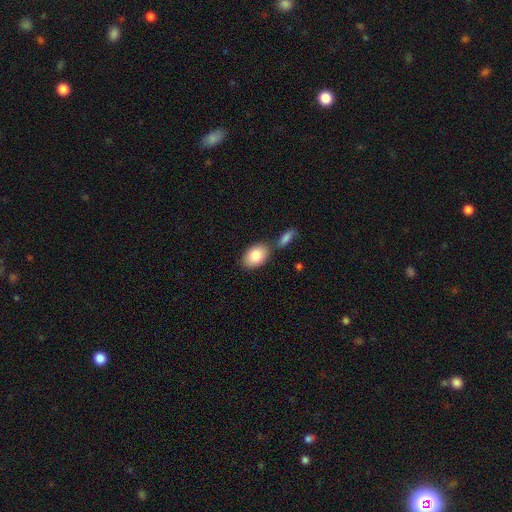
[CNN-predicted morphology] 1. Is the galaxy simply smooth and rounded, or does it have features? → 83% smooth, 11% featured or disk, 6% star or artifact.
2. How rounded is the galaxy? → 86% in between, 13% round, 1% cigar-shaped.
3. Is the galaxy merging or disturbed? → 67% none, 18% merger, 12% minor disturbance, 3% major disturbance.